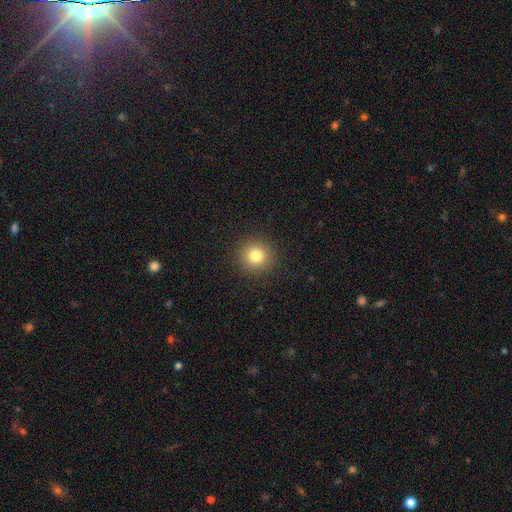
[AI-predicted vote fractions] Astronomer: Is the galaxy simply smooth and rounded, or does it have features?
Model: smooth — 81%.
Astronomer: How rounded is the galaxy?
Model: round — 93%.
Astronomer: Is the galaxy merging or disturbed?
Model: none — 91%.